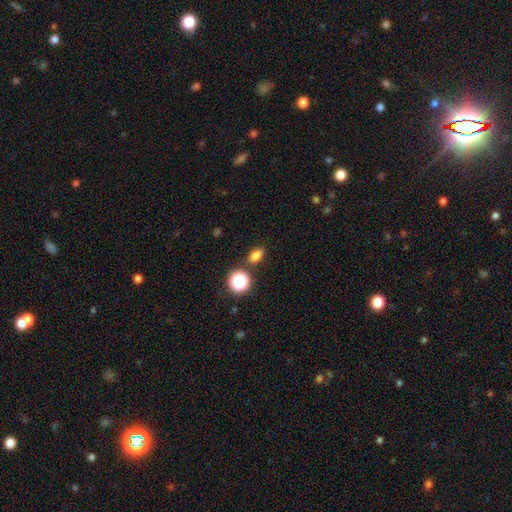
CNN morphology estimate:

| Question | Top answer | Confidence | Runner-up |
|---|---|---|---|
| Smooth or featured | smooth | 79% | star or artifact (16%) |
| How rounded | in between | 74% | round (23%) |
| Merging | none | 82% | minor disturbance (9%) |